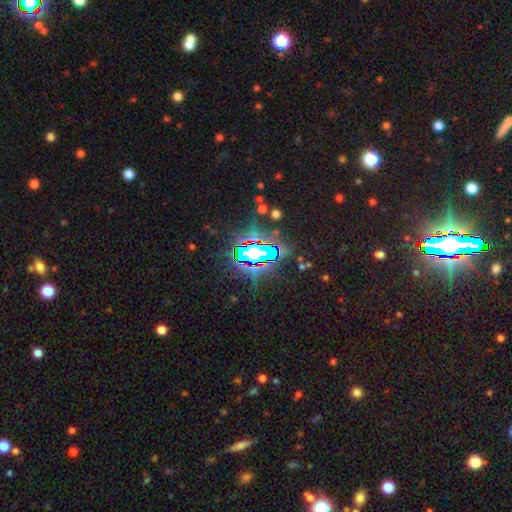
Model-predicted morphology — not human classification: Smooth or featured? star or artifact (72%)